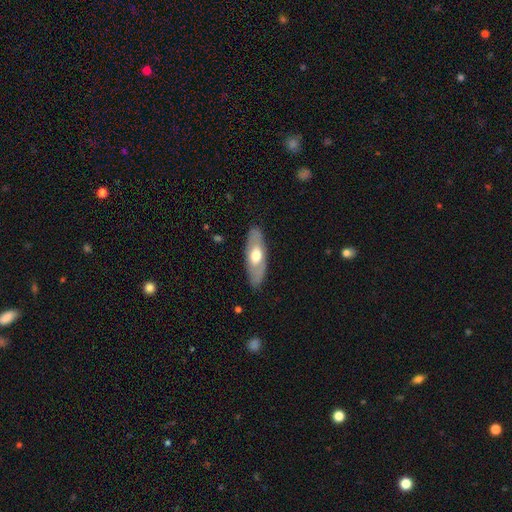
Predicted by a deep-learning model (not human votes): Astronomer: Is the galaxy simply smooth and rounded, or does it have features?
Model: smooth — 50% (runner-up: featured or disk, 45%).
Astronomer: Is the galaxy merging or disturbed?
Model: none — 84%.